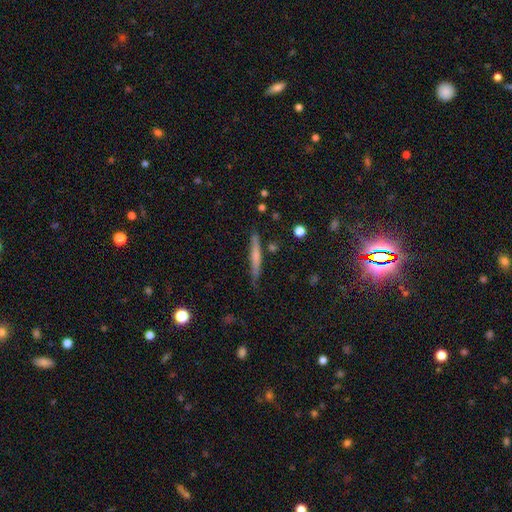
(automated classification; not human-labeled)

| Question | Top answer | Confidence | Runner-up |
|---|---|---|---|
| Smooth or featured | smooth | 53% | featured or disk (40%) |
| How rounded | cigar-shaped | 95% | in between (4%) |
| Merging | none | 81% | minor disturbance (14%) |